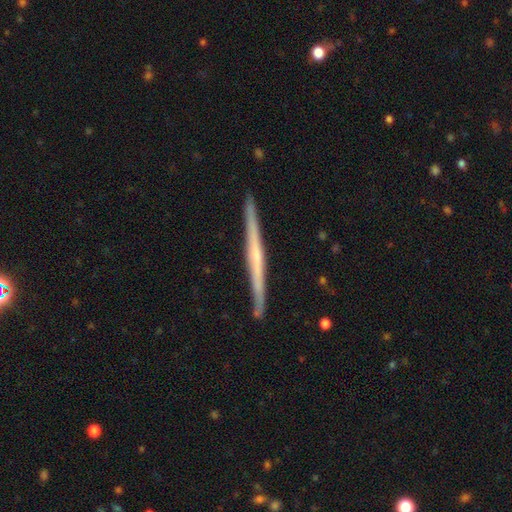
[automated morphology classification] A featured or disk galaxy (68%) viewed edge-on (98%) with no central bulge (65%). Merging: none (91%).